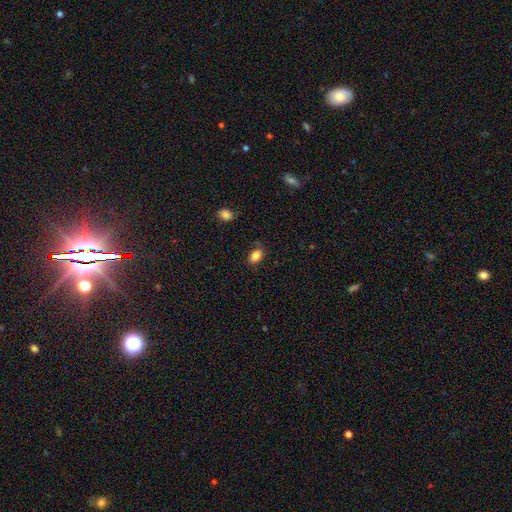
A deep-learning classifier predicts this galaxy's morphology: Smooth or featured?
  - smooth: 85% *
  - star or artifact: 9%
  - featured or disk: 6%
How rounded?
  - in between: 85% *
  - round: 13%
  - cigar-shaped: 1%
Merging?
  - none: 79% *
  - minor disturbance: 15%
  - major disturbance: 4%
  - merger: 2%